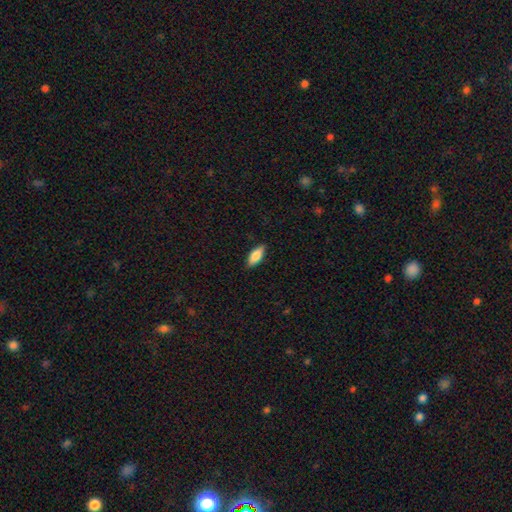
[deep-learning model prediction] This appears to be a smooth galaxy with no disk features (84%) that is in between round and cigar-shaped (79%). Merging: none (88%).